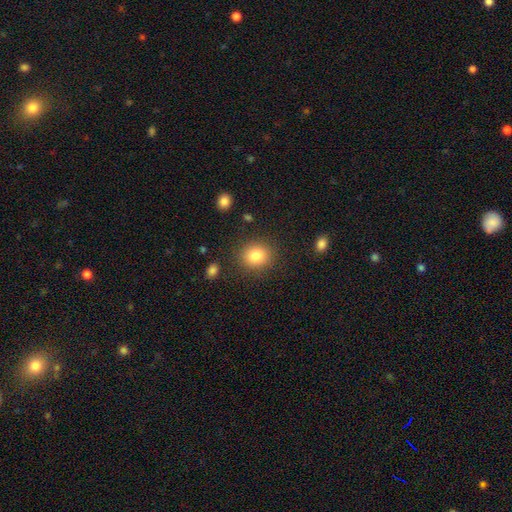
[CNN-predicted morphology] A smooth galaxy with no disk features (83%) that is round (76%).

Vote fractions:
- Smooth or featured? smooth: 83% / star or artifact: 10% / featured or disk: 7%
- How rounded? round: 76% / in between: 23% / cigar-shaped: 1%
- Merging? none: 86% / minor disturbance: 9% / major disturbance: 3% / merger: 2%